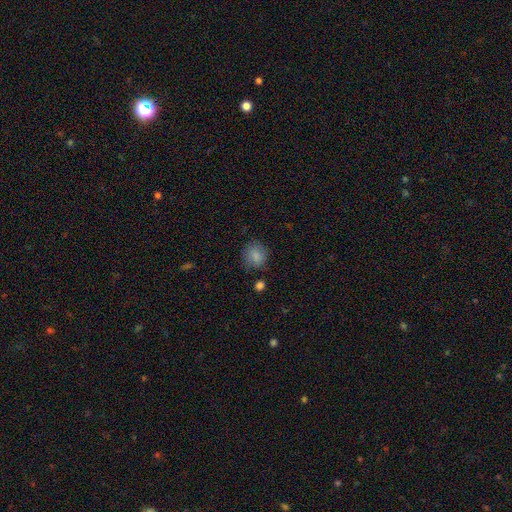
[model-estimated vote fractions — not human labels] Smooth or featured? Predicted: smooth (p=0.83). How rounded? Predicted: round (p=0.77). Merging? Predicted: none (p=0.73).